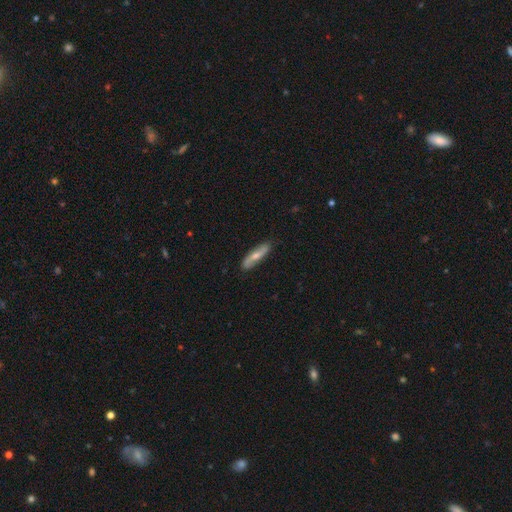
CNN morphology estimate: Overall: featured or disk (49%; smooth 46%). Merging: none (83%).